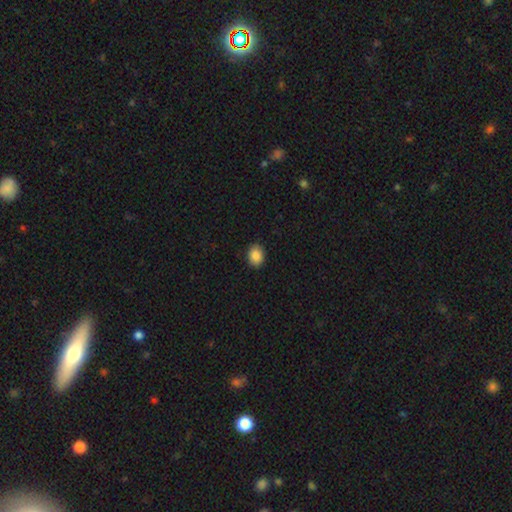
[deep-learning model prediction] Smooth or featured?
  - smooth: 87% *
  - star or artifact: 8%
  - featured or disk: 5%
How rounded?
  - in between: 59% *
  - round: 40%
  - cigar-shaped: 1%
Merging?
  - none: 89% *
  - minor disturbance: 8%
  - major disturbance: 2%
  - merger: 1%